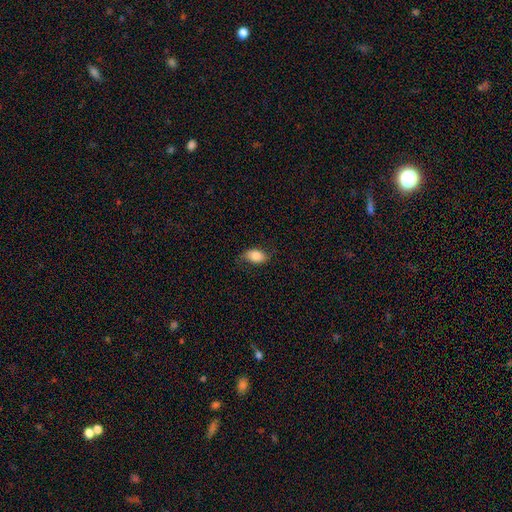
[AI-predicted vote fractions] The model was most divided on "merging": none: 72%, minor disturbance: 21%, major disturbance: 6%, merger: 1%. More confident: how rounded — in between (90%); smooth or featured — smooth (81%).